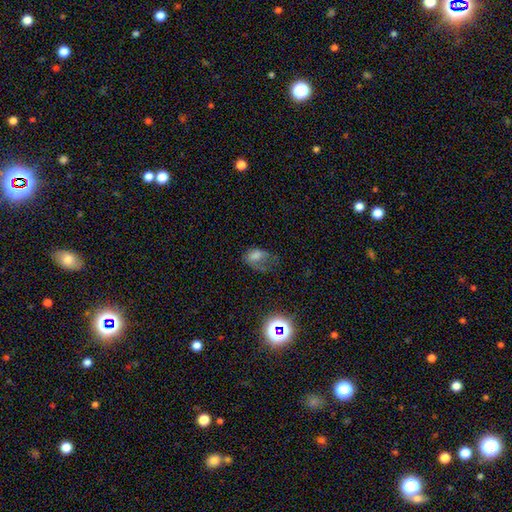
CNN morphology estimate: The model was most divided on "merging": major disturbance: 40%, minor disturbance: 29%, none: 29%, merger: 3%. More confident: how rounded — in between (79%); smooth or featured — smooth (61%).